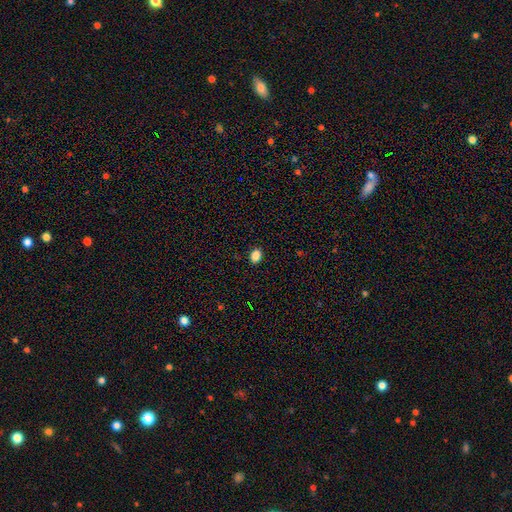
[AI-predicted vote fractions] Smooth or featured: smooth — 86% (star or artifact — 10%)
How rounded: in between — 73% (round — 26%)
Merging: none — 89% (minor disturbance — 8%)